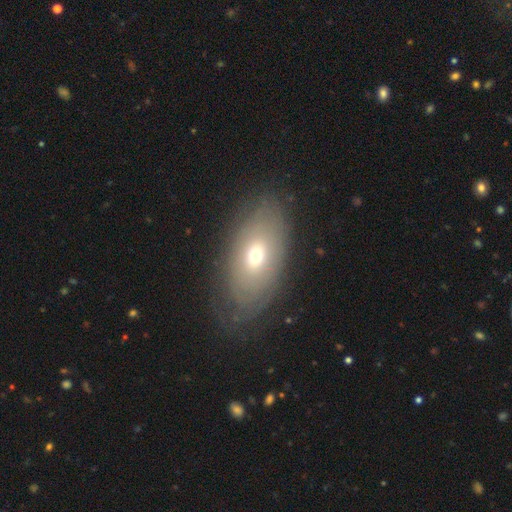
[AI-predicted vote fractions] Smooth or featured? smooth (52%)
How rounded? in between (88%)
Merging? none (74%)